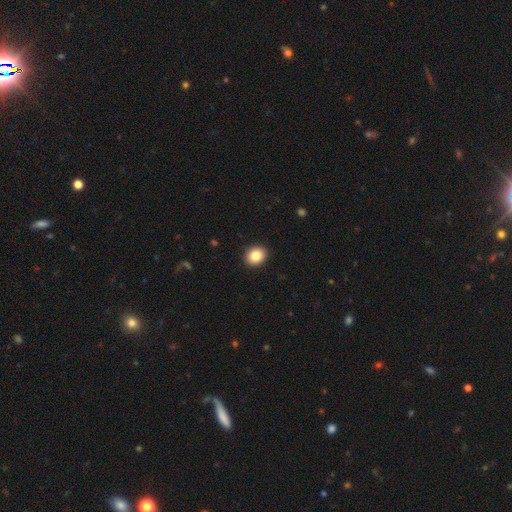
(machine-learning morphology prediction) smooth-or-featured: smooth: 85% | star or artifact: 9% | featured or disk: 6%
  how-rounded: round: 67% | in between: 32% | cigar-shaped: 1%
  merging: none: 92% | minor disturbance: 6% | major disturbance: 2% | merger: 1%